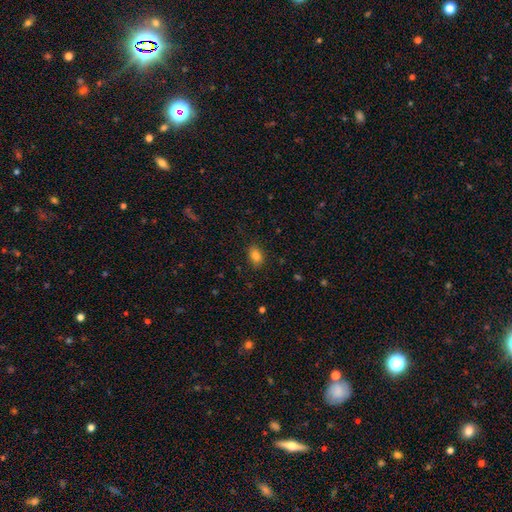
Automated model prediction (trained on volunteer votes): This is clearly a smooth galaxy (85%). How rounded: clearly in between (80%). Merging: clearly none (85%).